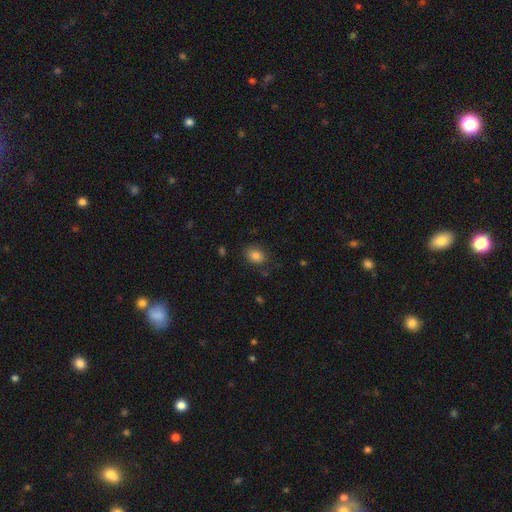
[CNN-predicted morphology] This is clearly a smooth galaxy (84%). How rounded: likely in between (67%). Merging: likely none (79%).